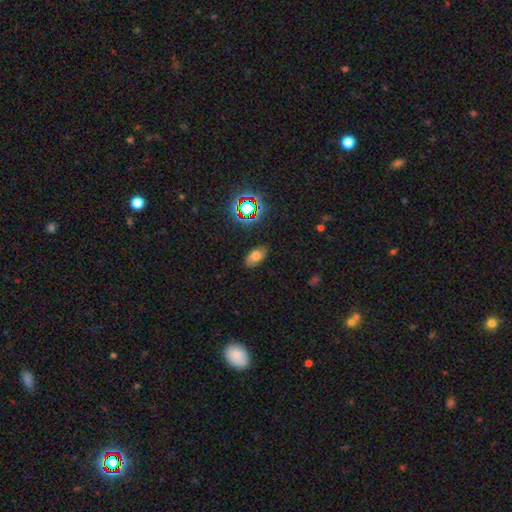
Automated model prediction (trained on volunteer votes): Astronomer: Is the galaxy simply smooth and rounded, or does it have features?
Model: smooth — 68%.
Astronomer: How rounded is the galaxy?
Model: in between — 92%.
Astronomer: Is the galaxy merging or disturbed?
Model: none — 83%.